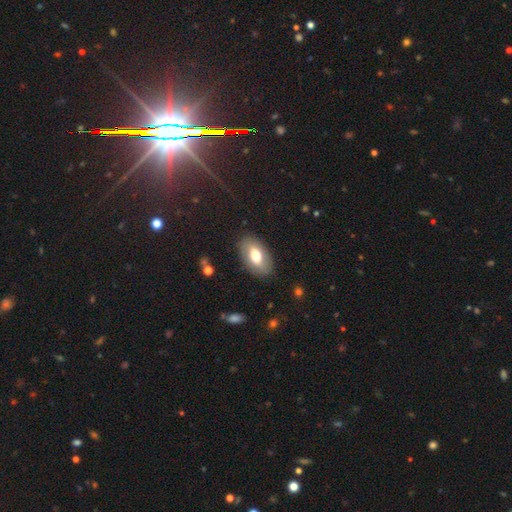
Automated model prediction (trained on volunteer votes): Overall: smooth (65%; featured or disk 27%). How rounded: in between (92%). Merging: none (85%).